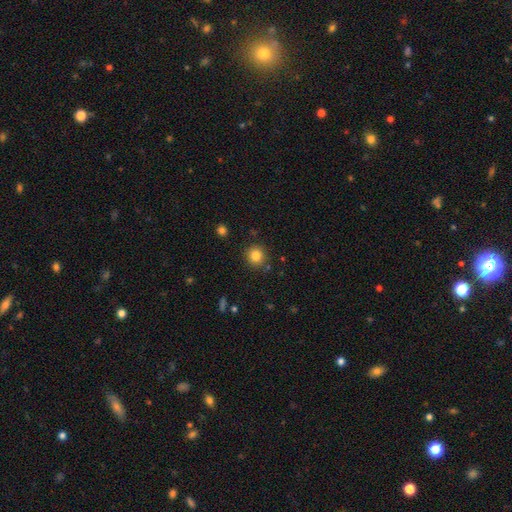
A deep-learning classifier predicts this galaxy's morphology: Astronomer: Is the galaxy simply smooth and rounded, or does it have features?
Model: smooth — 83%.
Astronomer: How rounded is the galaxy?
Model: round — 91%.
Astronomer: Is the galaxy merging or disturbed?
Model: none — 87%.